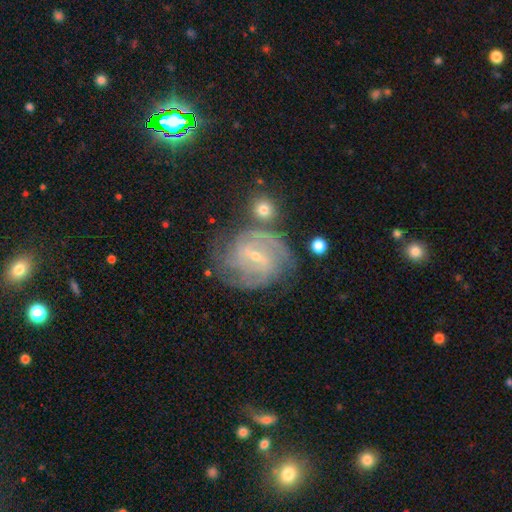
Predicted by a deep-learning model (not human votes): Overall: featured or disk (87%). Edge-on disk: no (97%). Bar: weak (53%; strong 27%). Spiral arms: yes (96%). Spiral arm count: 2 (25%, tied with 3 and can't tell). Spiral winding: tight (61%; medium 33%). Bulge size: small (73%). Merging: none (67%).